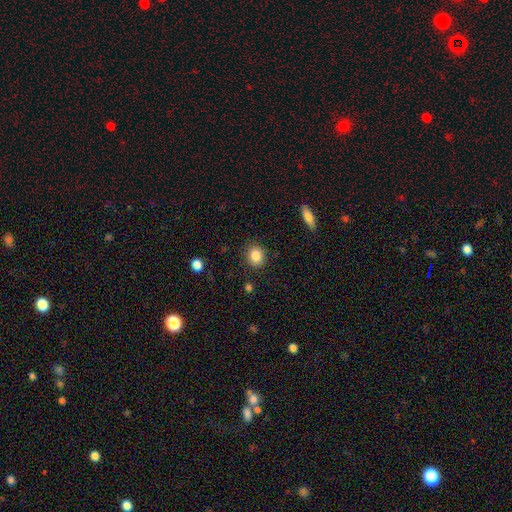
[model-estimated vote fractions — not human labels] smooth 86%, star or artifact 9%, featured or disk 5%. Down the decision tree: how rounded — round (67%); merging — none (86%).